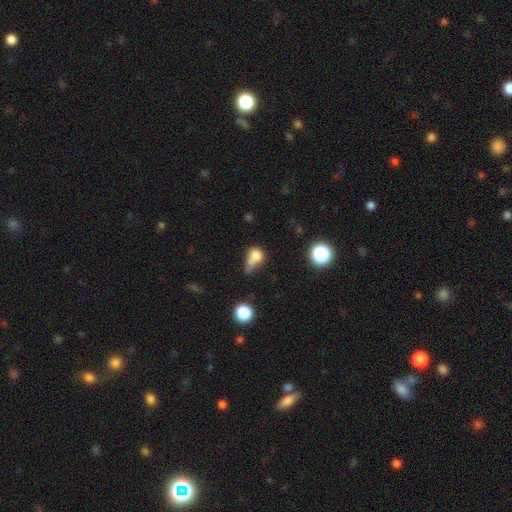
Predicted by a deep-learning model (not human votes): This appears to be a smooth galaxy with no disk features (73%) that is round (59%). Merging: merger (34%).